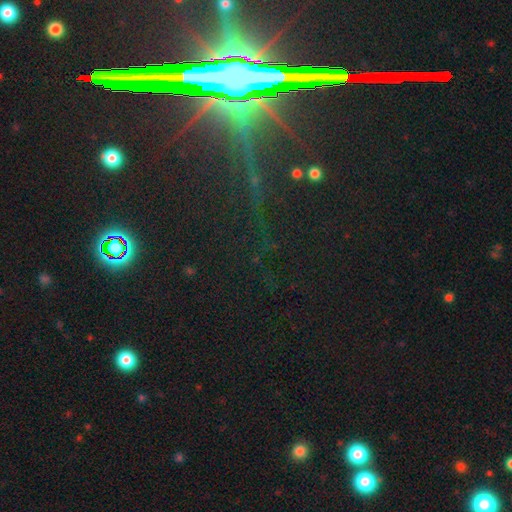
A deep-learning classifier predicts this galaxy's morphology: type=star or artifact (78%).